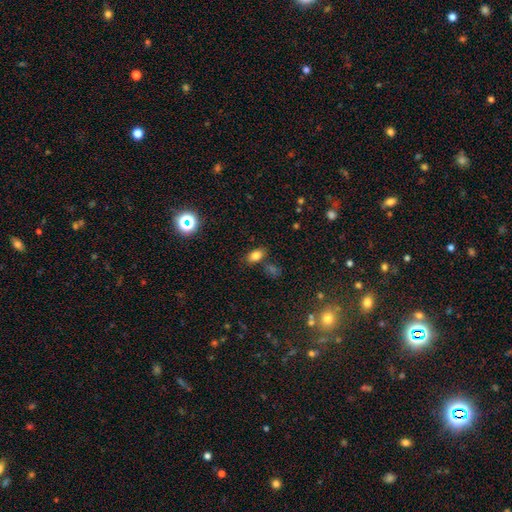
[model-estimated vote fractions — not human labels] Morphology: type=smooth (79%); roundness=in between (86%); merging=none (76%).